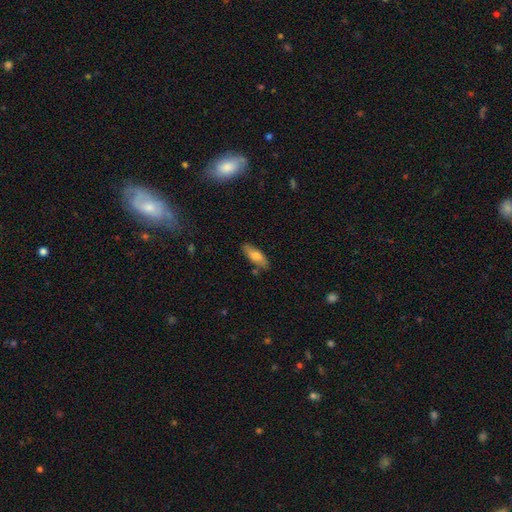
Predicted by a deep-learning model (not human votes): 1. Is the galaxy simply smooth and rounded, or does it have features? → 70% smooth, 23% featured or disk, 7% star or artifact.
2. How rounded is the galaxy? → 69% in between, 29% cigar-shaped, 2% round.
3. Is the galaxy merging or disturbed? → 78% none, 15% minor disturbance, 4% merger, 3% major disturbance.